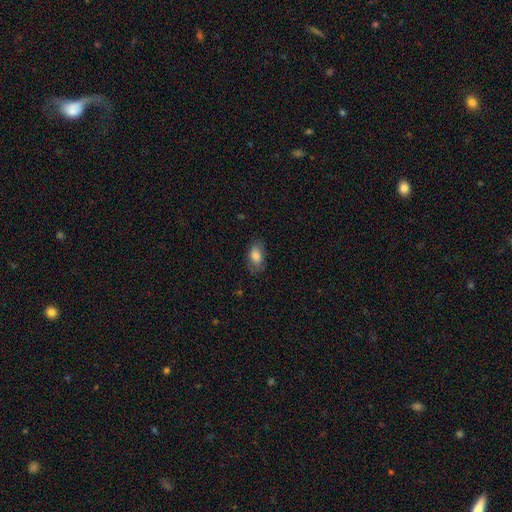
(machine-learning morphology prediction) A smooth galaxy with no disk features (75%) that is in between round and cigar-shaped (90%). Merging: none (72%).